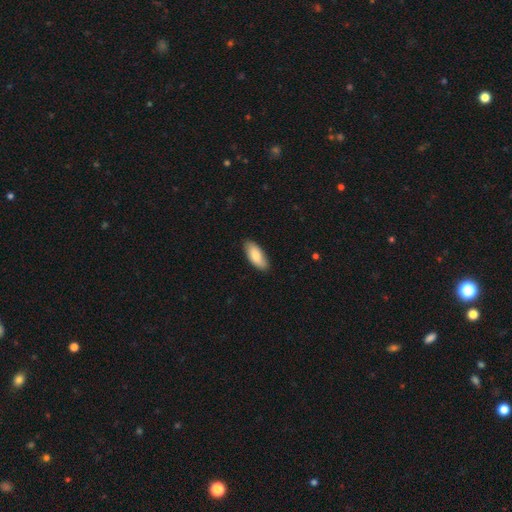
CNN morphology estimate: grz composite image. It shows a smooth galaxy with no disk features (83%) that is in between round and cigar-shaped (85%). Merging: none (86%).